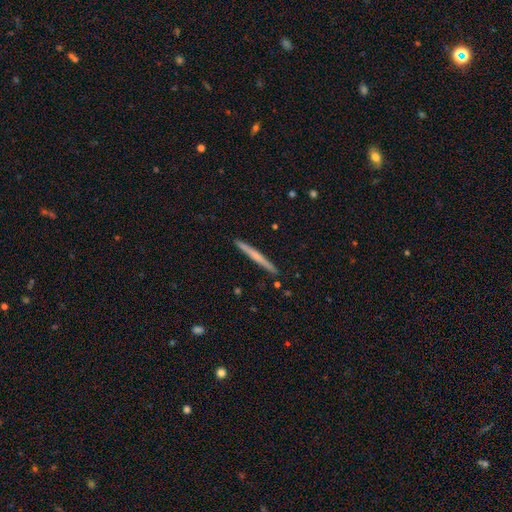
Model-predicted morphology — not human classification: This appears to be a featured or disk galaxy (48%). Merging: none (92%).